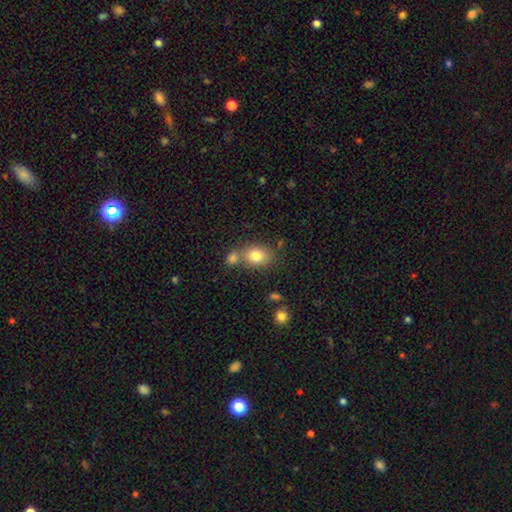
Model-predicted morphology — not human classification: A smooth galaxy with no disk features (80%) that is in between round and cigar-shaped (63%). Merging: none (57%).